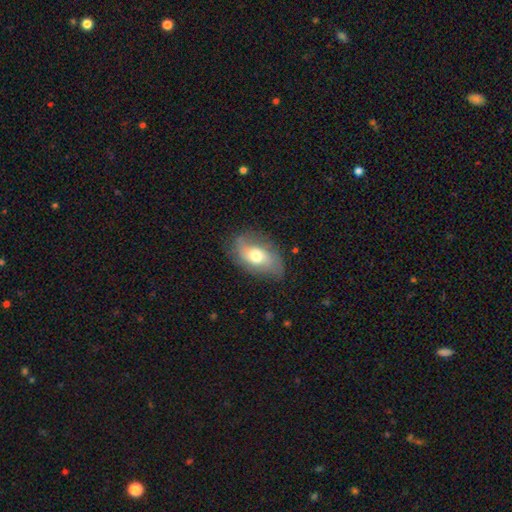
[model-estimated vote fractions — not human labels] Morphology: type=featured or disk (52%); edge-on=no (91%); merging=none (72%).